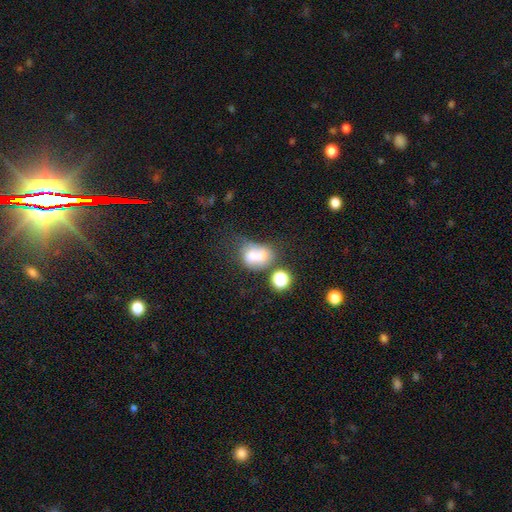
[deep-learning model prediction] Smooth or featured? smooth (64%)
How rounded? in between (51%)
Merging? merger (53%)